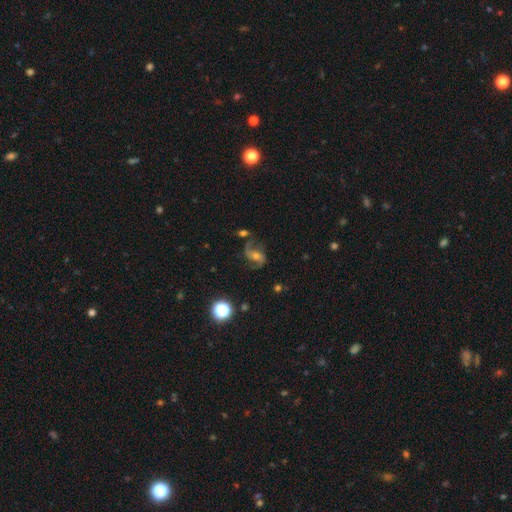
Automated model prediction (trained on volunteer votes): Smooth or featured? Predicted: featured or disk (p=0.79). Edge-on disk? Predicted: no (p=0.97). Bar? Predicted: no (p=0.49). Spiral arms? Predicted: yes (p=0.95). Spiral winding? Predicted: medium (p=0.45). Spiral arm count? Predicted: 2 (p=0.90). Bulge size? Predicted: moderate (p=0.56). Merging? Predicted: none (p=0.70).